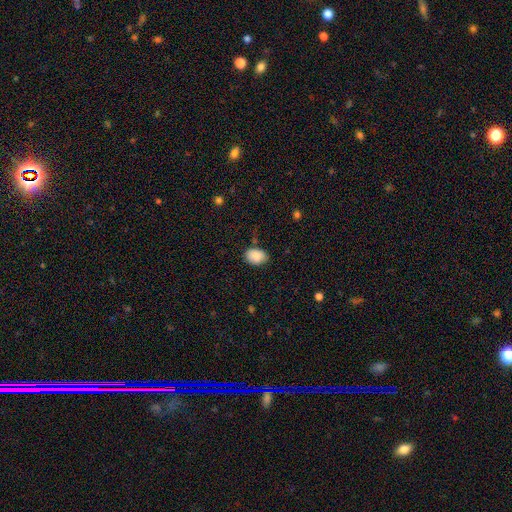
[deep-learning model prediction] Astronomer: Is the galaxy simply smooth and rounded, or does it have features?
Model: smooth — 88%.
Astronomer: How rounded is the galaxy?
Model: in between — 80%.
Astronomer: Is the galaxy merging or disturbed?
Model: none — 77%.